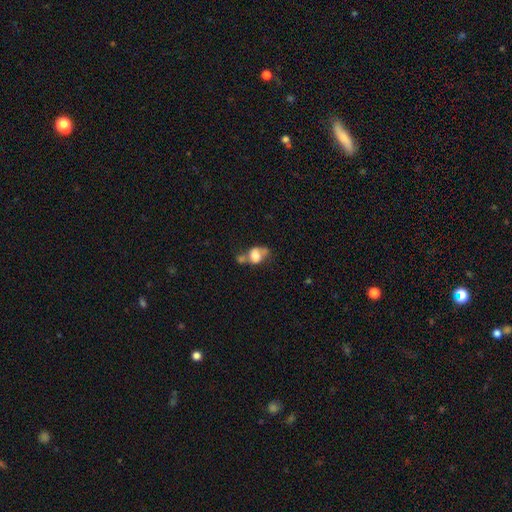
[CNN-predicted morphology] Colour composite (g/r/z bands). It shows a smooth galaxy with no disk features (67%) that is in between round and cigar-shaped (59%). Merging: merger (42%).